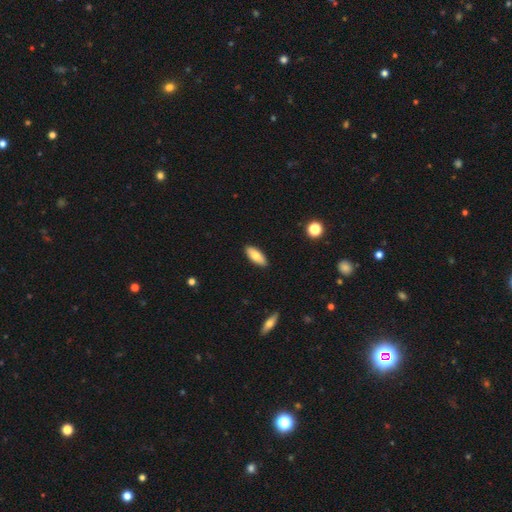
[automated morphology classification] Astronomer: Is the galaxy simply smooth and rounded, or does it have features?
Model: smooth — 77%.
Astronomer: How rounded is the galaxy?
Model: in between — 76%.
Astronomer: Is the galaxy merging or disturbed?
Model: none — 90%.